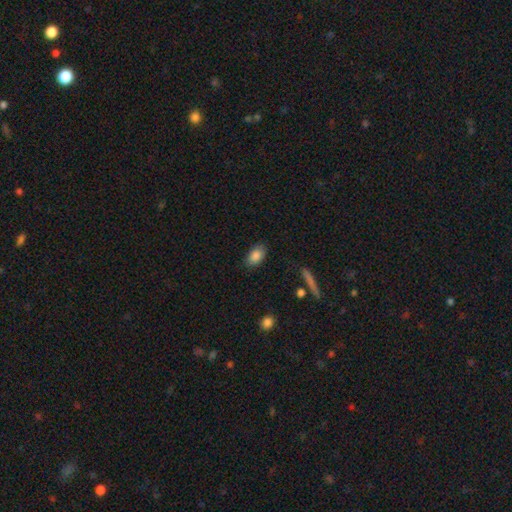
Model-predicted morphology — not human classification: Overall: smooth (87%). How rounded: in between (90%). Merging: none (84%).